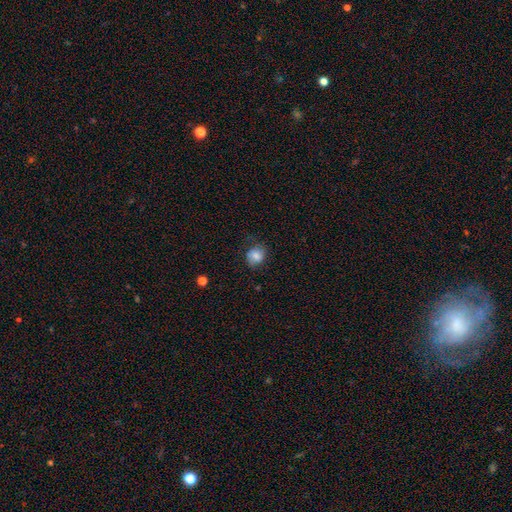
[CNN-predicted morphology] smooth_or_featured: smooth (p=0.73) [alt: featured or disk p=0.18]
how_rounded: round (p=0.65) [alt: in between p=0.34]
merging: none (p=0.63) [alt: minor disturbance p=0.25]